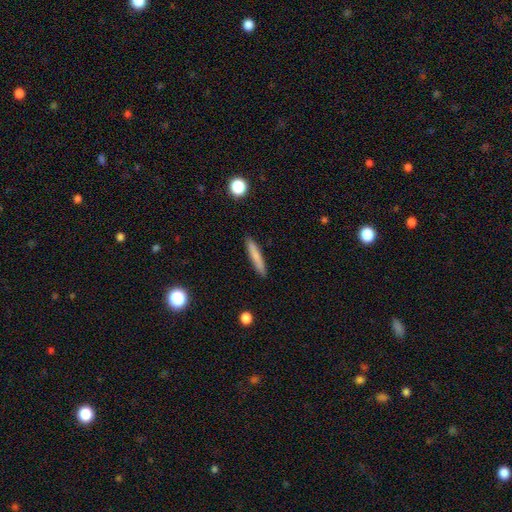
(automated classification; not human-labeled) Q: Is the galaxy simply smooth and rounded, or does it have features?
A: smooth — 77%.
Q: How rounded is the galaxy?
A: cigar-shaped — 93%.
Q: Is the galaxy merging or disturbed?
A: none — 91%.